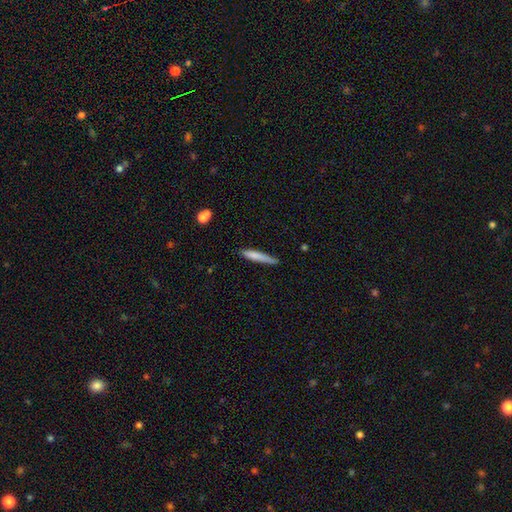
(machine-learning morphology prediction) The model was most divided on "merging": none: 73%, minor disturbance: 21%, major disturbance: 4%, merger: 3%. More confident: how rounded — cigar-shaped (92%); smooth or featured — smooth (76%).